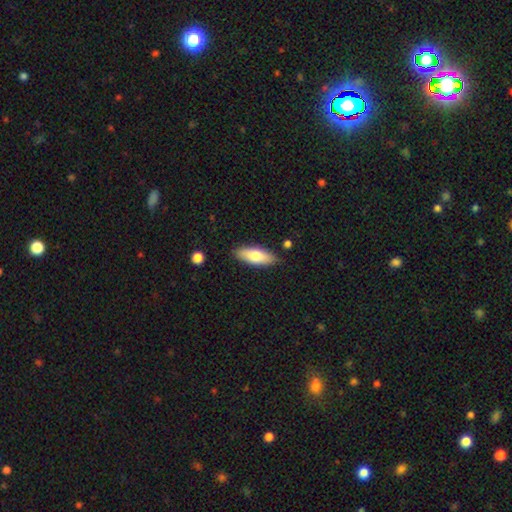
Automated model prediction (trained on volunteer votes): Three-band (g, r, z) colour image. It shows a smooth galaxy with no disk features (72%) that is in between round and cigar-shaped (70%). Merging: none (85%).